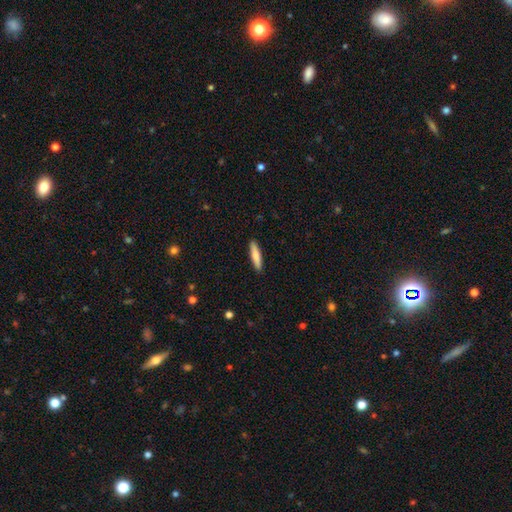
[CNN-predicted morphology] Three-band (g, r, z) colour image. It shows a smooth galaxy with no disk features (77%) that is cigar-shaped (85%). Merging: none (91%).